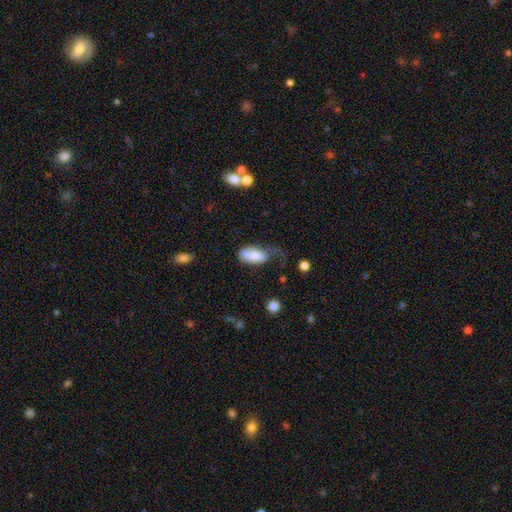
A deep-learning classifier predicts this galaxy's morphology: type=smooth (76%); roundness=in between (91%); merging=major disturbance (38%).